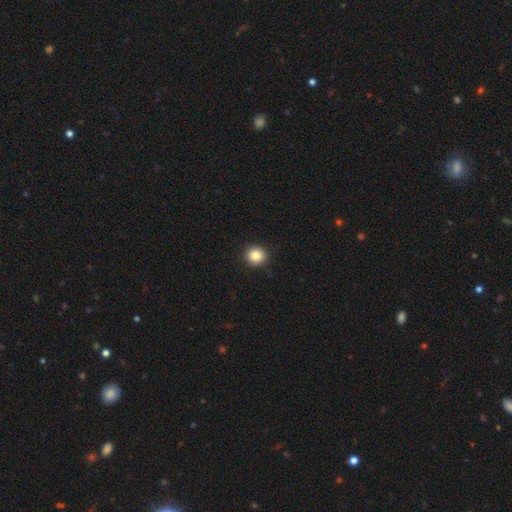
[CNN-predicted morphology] smooth_or_featured: smooth (p=0.84) [alt: star or artifact p=0.10]
how_rounded: round (p=0.89) [alt: in between p=0.10]
merging: none (p=0.92) [alt: minor disturbance p=0.06]